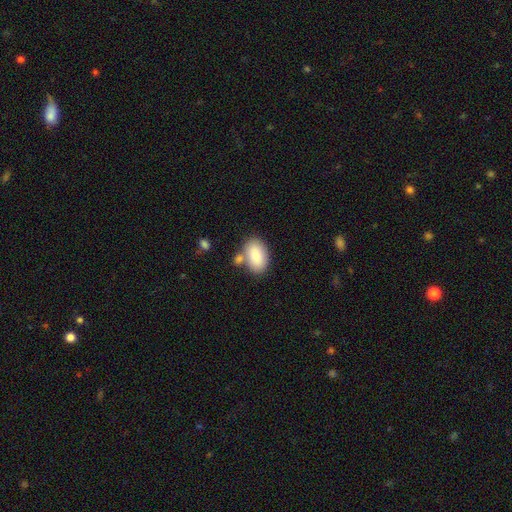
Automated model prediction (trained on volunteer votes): A smooth galaxy with no disk features (81%) that is in between round and cigar-shaped (91%).

Vote fractions:
- Smooth or featured? smooth: 81% / featured or disk: 12% / star or artifact: 7%
- How rounded? in between: 91% / round: 7% / cigar-shaped: 1%
- Merging? none: 64% / merger: 19% / minor disturbance: 14% / major disturbance: 4%